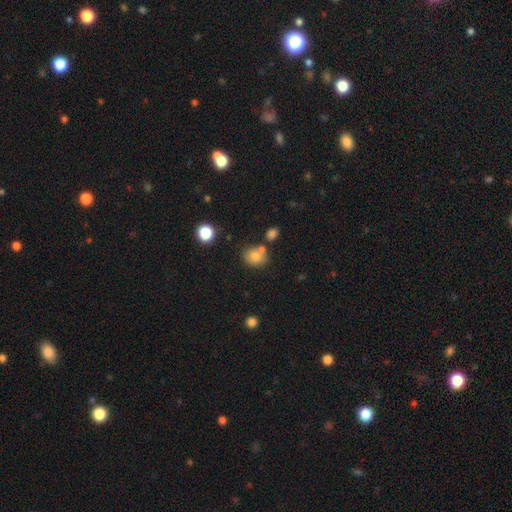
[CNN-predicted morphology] Smooth or featured?
  - smooth: 78% *
  - star or artifact: 12%
  - featured or disk: 10%
How rounded?
  - round: 68% *
  - in between: 31%
  - cigar-shaped: 1%
Merging?
  - none: 62% *
  - merger: 22%
  - minor disturbance: 13%
  - major disturbance: 4%